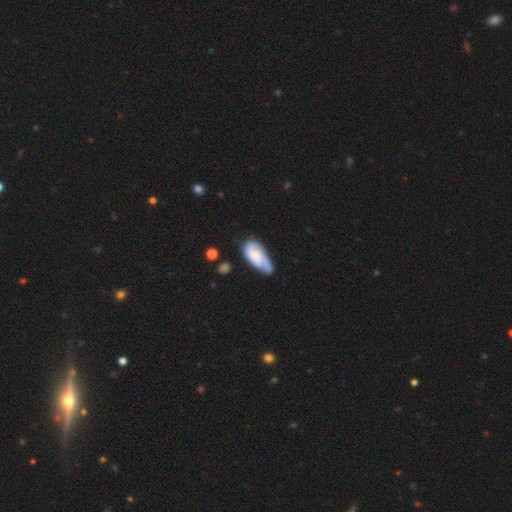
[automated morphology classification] Smooth or featured: featured or disk — 52% (smooth — 42%)
Edge-on disk: no — 92% (yes — 8%)
Merging: none — 44% (minor disturbance — 35%)